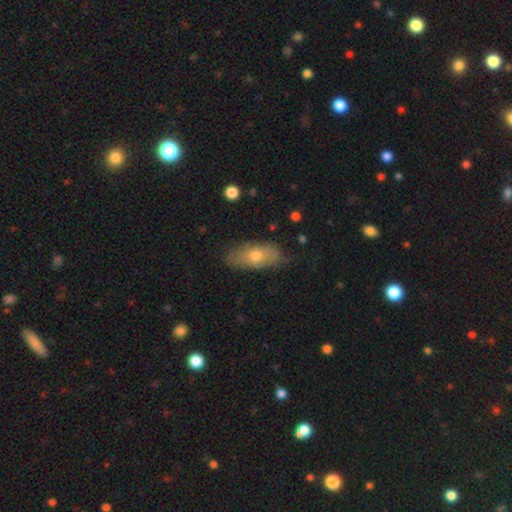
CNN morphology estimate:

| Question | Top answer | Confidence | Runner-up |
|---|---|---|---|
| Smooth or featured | smooth | 63% | featured or disk (30%) |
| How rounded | in between | 80% | cigar-shaped (15%) |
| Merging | none | 75% | minor disturbance (20%) |